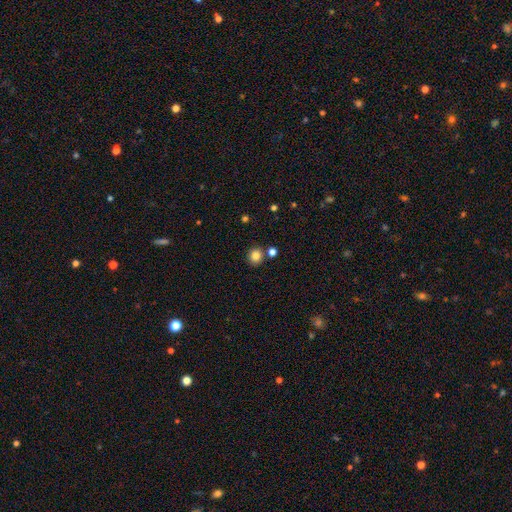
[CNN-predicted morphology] Smooth or featured? smooth (84%)
How rounded? round (90%)
Merging? none (81%)